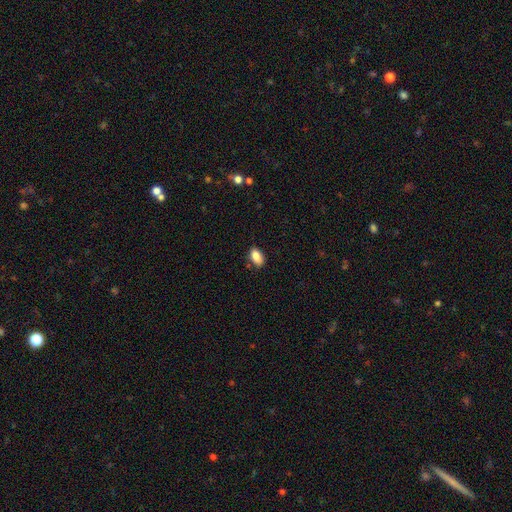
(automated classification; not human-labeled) Q: Smooth or featured?
A: smooth (86%); runner-up: star or artifact (8%)
Q: How rounded?
A: in between (91%); runner-up: round (6%)
Q: Merging?
A: none (78%); runner-up: minor disturbance (16%)